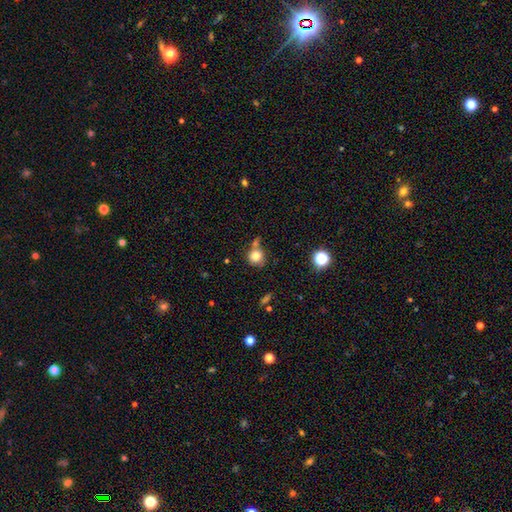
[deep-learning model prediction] smooth_or_featured: smooth (p=0.81) [alt: star or artifact p=0.11]
how_rounded: round (p=0.87) [alt: in between p=0.12]
merging: none (p=0.54) [alt: merger p=0.24]